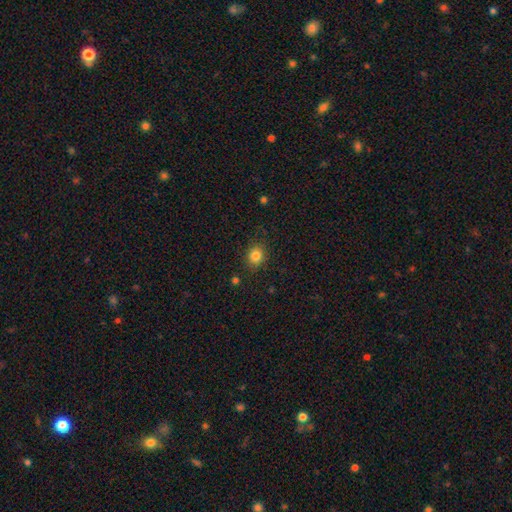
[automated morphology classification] This appears to be a smooth galaxy with no disk features (83%) that is round (71%). Merging: none (87%).